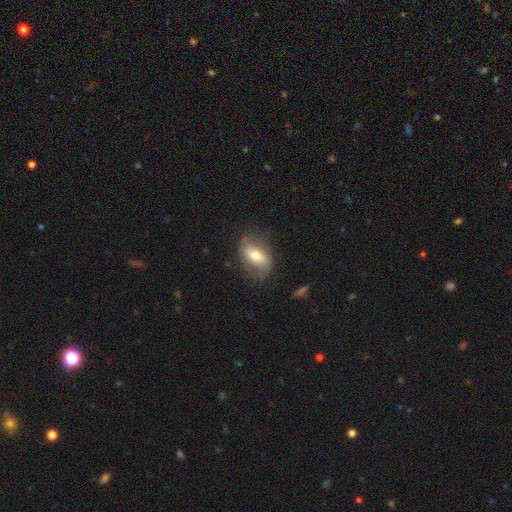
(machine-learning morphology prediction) Overall: featured or disk (48%; smooth 45%). Merging: none (71%).